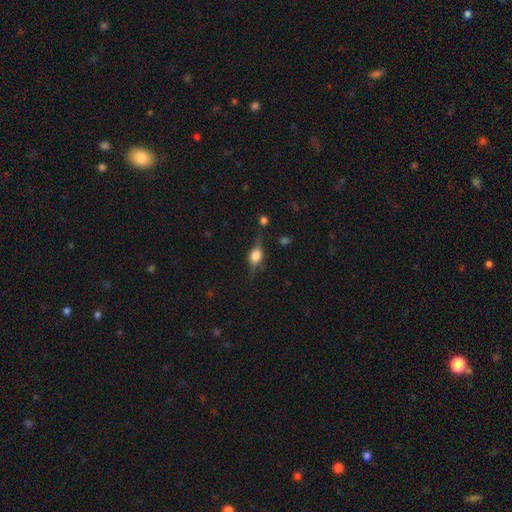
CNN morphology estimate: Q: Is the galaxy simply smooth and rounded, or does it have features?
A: featured or disk — 52%.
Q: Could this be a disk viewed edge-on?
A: yes — 92%.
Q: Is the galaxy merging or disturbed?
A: none — 71%.